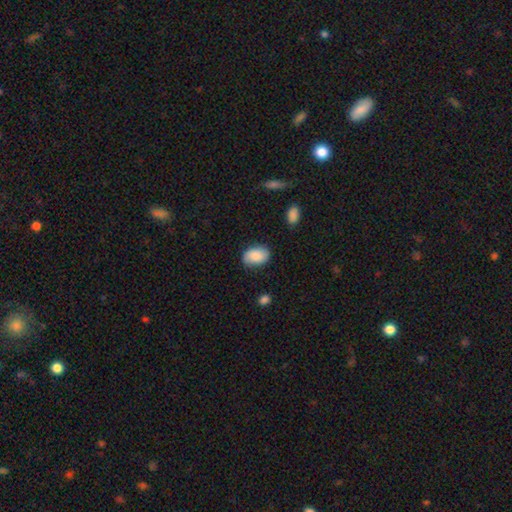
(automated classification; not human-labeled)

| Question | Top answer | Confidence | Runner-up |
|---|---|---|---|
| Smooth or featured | smooth | 79% | featured or disk (13%) |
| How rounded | in between | 80% | round (18%) |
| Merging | none | 76% | minor disturbance (18%) |